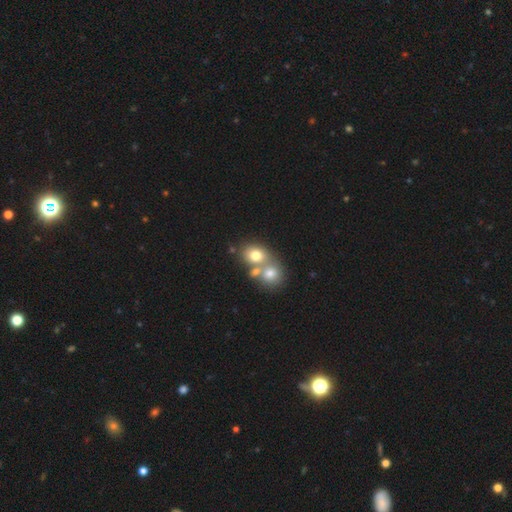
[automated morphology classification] Q: Smooth or featured?
A: smooth (71%); runner-up: featured or disk (18%)
Q: How rounded?
A: round (58%); runner-up: in between (41%)
Q: Merging?
A: merger (59%); runner-up: none (31%)